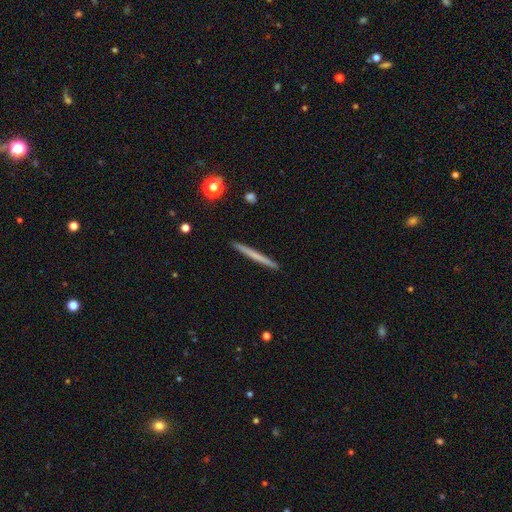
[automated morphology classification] Smooth or featured?
  - smooth: 55% *
  - featured or disk: 40%
  - star or artifact: 6%
How rounded?
  - cigar-shaped: 97% *
  - in between: 2%
  - round: 1%
Merging?
  - none: 93% *
  - minor disturbance: 5%
  - major disturbance: 1%
  - merger: 1%